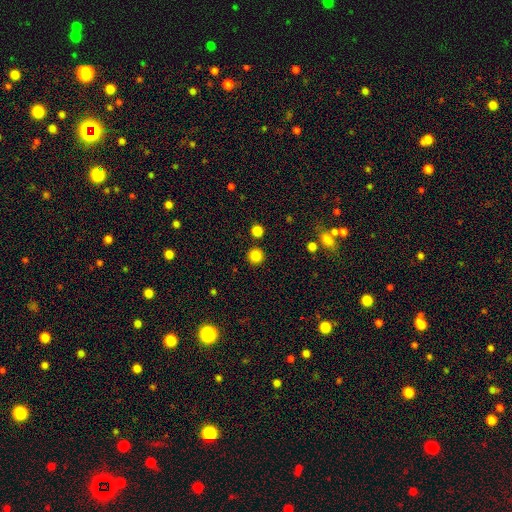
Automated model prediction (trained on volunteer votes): Smooth or featured? smooth (85%)
How rounded? round (95%)
Merging? none (90%)